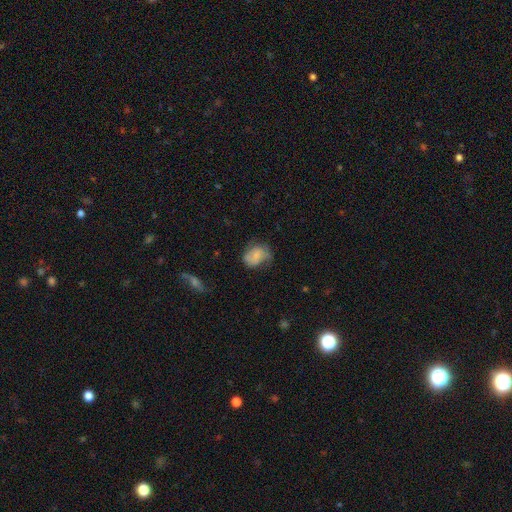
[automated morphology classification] smooth-or-featured: smooth: 60% | featured or disk: 32% | star or artifact: 8%
  how-rounded: in between: 58% | round: 40% | cigar-shaped: 1%
  merging: none: 48% | minor disturbance: 33% | major disturbance: 17% | merger: 2%